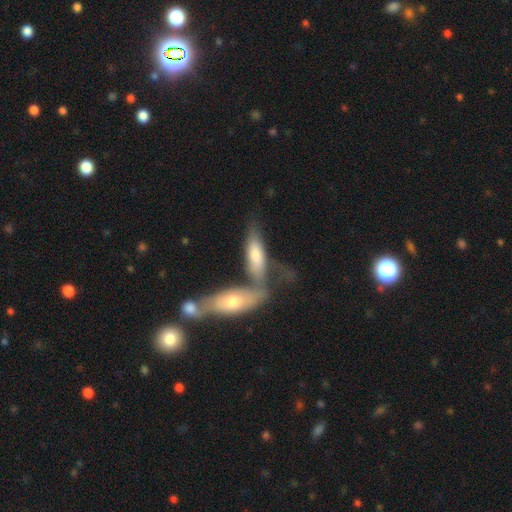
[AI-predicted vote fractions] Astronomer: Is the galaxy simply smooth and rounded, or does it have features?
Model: smooth — 64%.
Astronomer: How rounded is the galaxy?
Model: in between — 58% (runner-up: cigar-shaped, 39%).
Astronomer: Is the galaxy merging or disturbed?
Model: merger — 51% (runner-up: none, 29%).